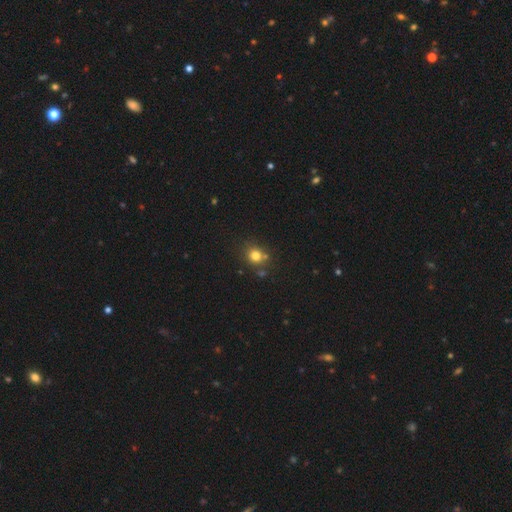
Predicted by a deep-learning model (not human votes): smooth-or-featured: smooth: 78% | star or artifact: 14% | featured or disk: 8%
  how-rounded: round: 78% | in between: 21% | cigar-shaped: 1%
  merging: none: 72% | minor disturbance: 12% | merger: 11% | major disturbance: 4%